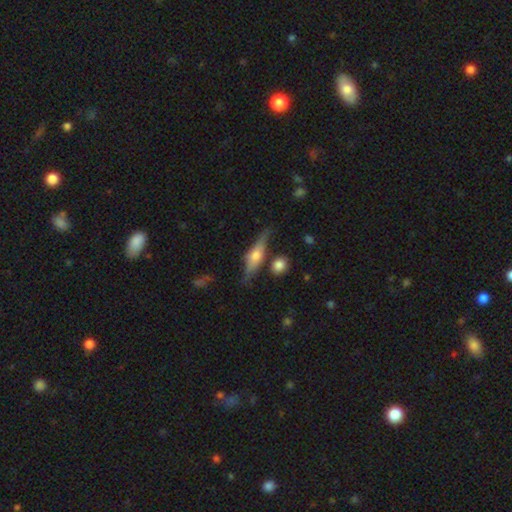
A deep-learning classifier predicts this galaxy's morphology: This appears to be a featured or disk galaxy (64%) viewed edge-on (92%) with a rounded central bulge (88%). Merging: none (71%).